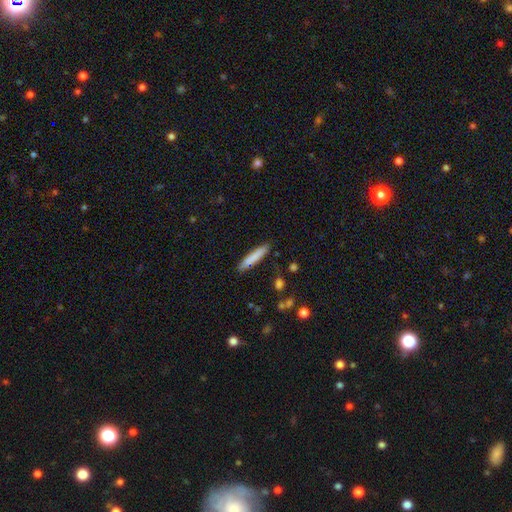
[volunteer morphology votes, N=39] Smooth or featured? 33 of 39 (85%) said smooth. How rounded? 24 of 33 (73%) said cigar-shaped. Merging? 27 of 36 (75%) said none.